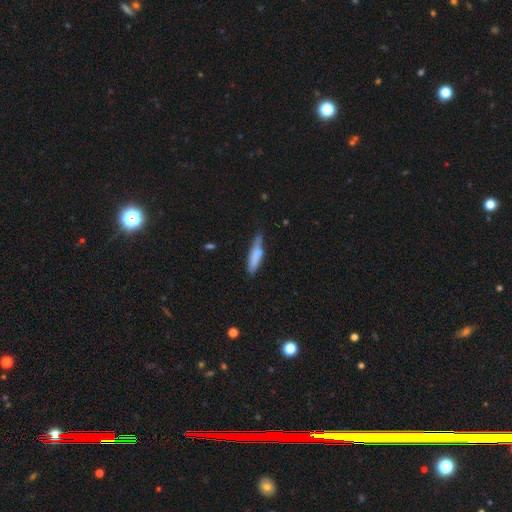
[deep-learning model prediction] Smooth or featured?
  - smooth: 74% *
  - featured or disk: 19%
  - star or artifact: 6%
How rounded?
  - cigar-shaped: 74% *
  - in between: 25%
  - round: 2%
Merging?
  - none: 57% *
  - minor disturbance: 31%
  - major disturbance: 7%
  - merger: 5%